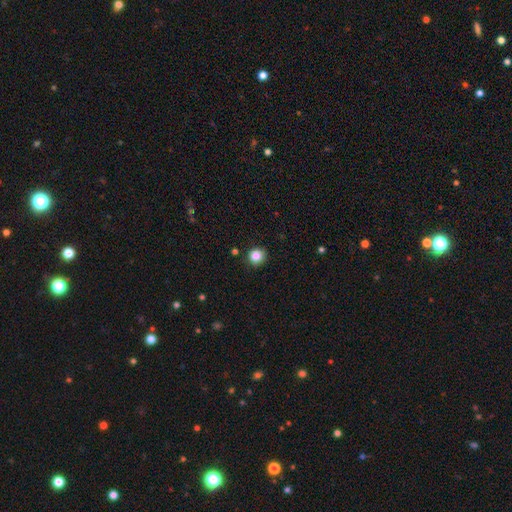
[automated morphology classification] smooth 85%, star or artifact 11%, featured or disk 4%. Down the decision tree: how rounded — round (90%); merging — none (88%).